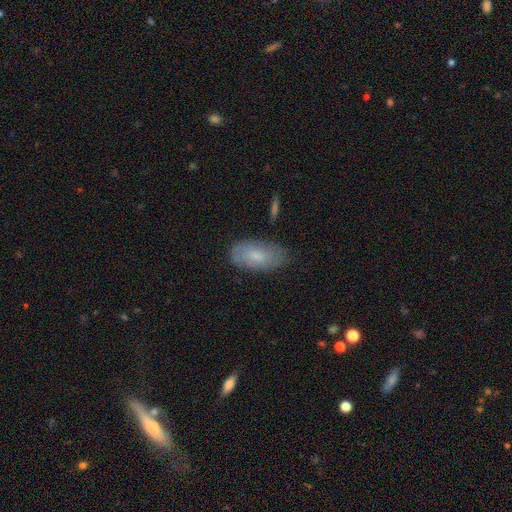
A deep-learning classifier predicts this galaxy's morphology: A smooth galaxy with no disk features (66%) that is in between round and cigar-shaped (92%).

Vote fractions:
- Smooth or featured? smooth: 66% / featured or disk: 27% / star or artifact: 7%
- How rounded? in between: 92% / cigar-shaped: 5% / round: 3%
- Merging? none: 77% / minor disturbance: 18% / major disturbance: 4% / merger: 2%